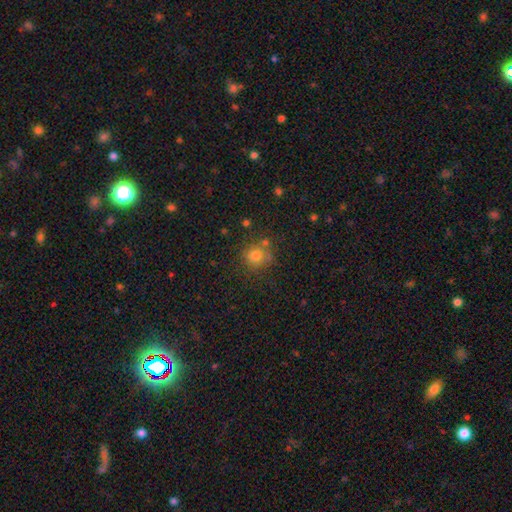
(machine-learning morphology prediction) Q: Smooth or featured?
A: smooth (77%); runner-up: star or artifact (15%)
Q: How rounded?
A: round (88%); runner-up: in between (11%)
Q: Merging?
A: none (72%); runner-up: minor disturbance (13%)